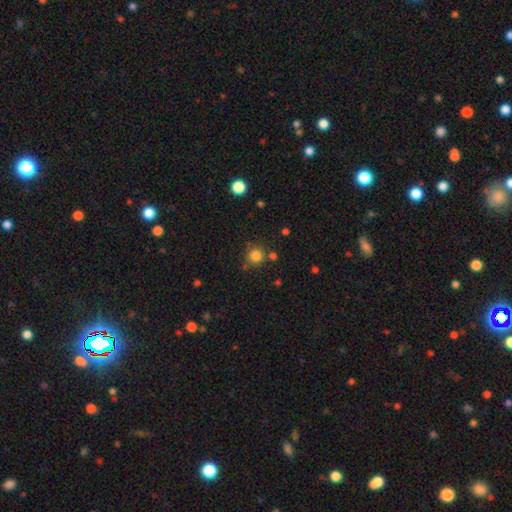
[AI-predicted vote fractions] smooth_or_featured: smooth (p=0.82) [alt: star or artifact p=0.13]
how_rounded: round (p=0.93) [alt: in between p=0.06]
merging: none (p=0.80) [alt: minor disturbance p=0.10]